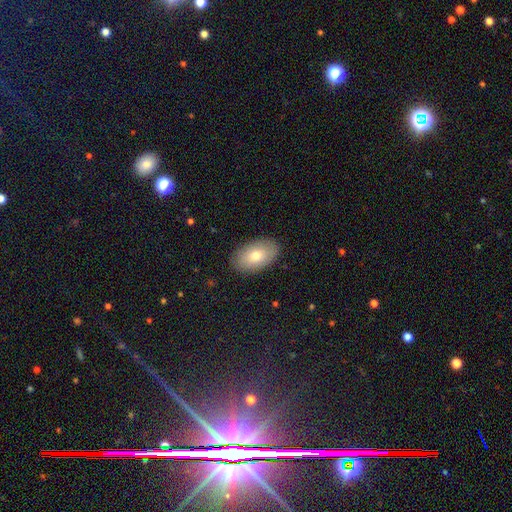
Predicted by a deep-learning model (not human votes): This is likely a smooth galaxy (76%). How rounded: clearly in between (93%). Merging: clearly none (87%).